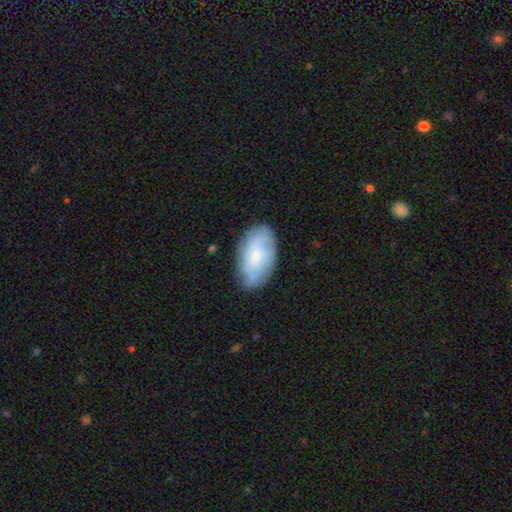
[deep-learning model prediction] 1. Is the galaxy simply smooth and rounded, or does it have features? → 48% smooth, 45% featured or disk, 7% star or artifact.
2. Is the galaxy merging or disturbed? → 74% none, 19% minor disturbance, 5% major disturbance, 2% merger.